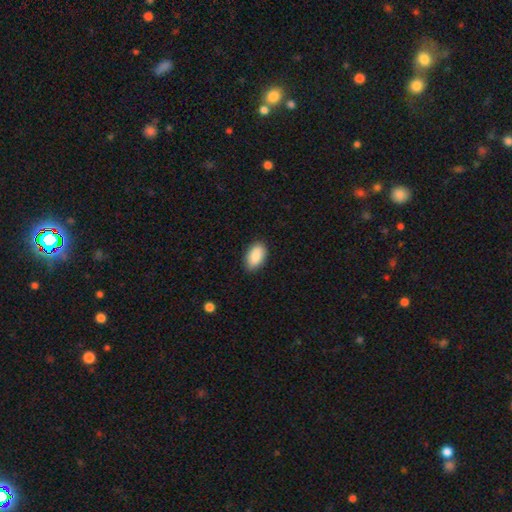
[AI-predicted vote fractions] Smooth or featured? Predicted: smooth (p=0.88). How rounded? Predicted: in between (p=0.94). Merging? Predicted: none (p=0.86).